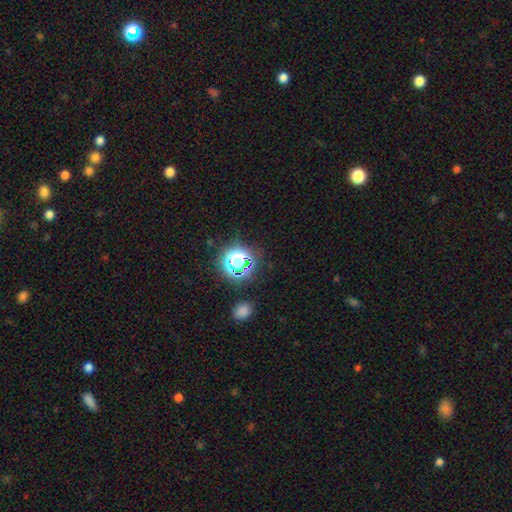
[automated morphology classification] smooth-or-featured: star or artifact: 77% | smooth: 16% | featured or disk: 7%